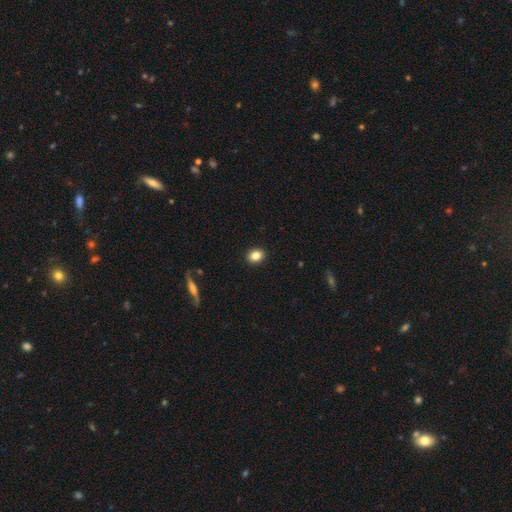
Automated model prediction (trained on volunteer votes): Smooth or featured: smooth — 85% (star or artifact — 9%)
How rounded: in between — 50% (round — 48%)
Merging: none — 91% (minor disturbance — 6%)